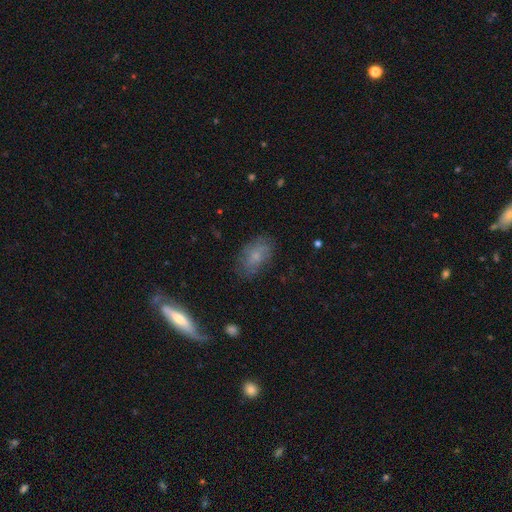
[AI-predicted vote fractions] Overall: smooth (59%; featured or disk 31%). How rounded: in between (87%). Merging: none (71%).